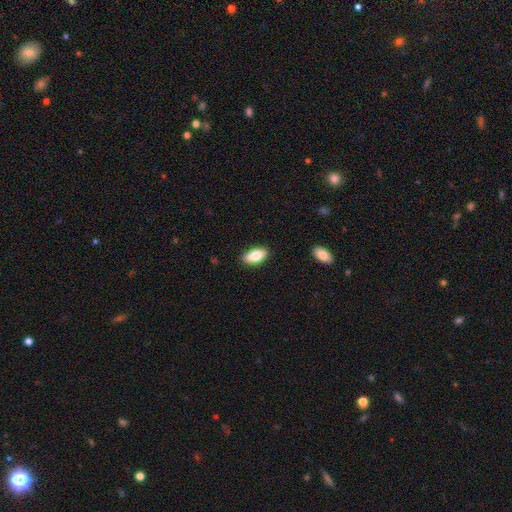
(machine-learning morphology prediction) Overall: smooth (82%). How rounded: in between (91%). Merging: none (88%).